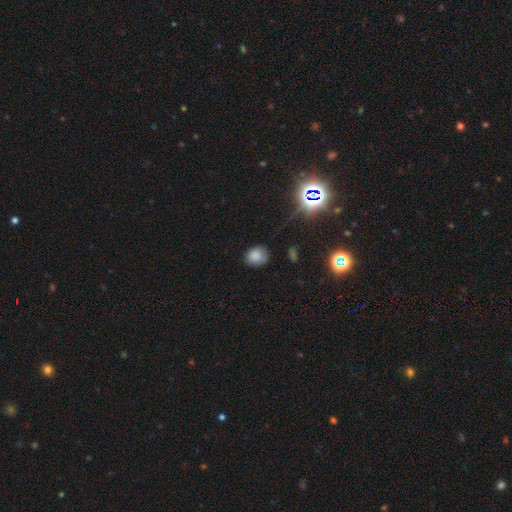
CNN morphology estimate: A smooth galaxy with no disk features (81%) that is round (53%).

Vote fractions:
- Smooth or featured? smooth: 81% / star or artifact: 14% / featured or disk: 5%
- How rounded? round: 53% / in between: 46% / cigar-shaped: 1%
- Merging? none: 77% / minor disturbance: 18% / major disturbance: 3% / merger: 2%